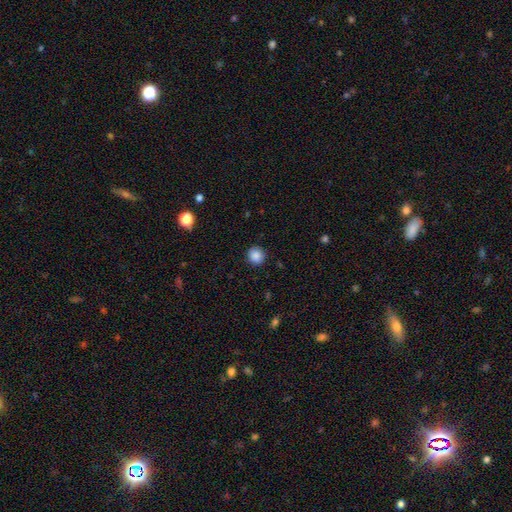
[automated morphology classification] smooth_or_featured: smooth (p=0.87) [alt: star or artifact p=0.09]
how_rounded: round (p=0.90) [alt: in between p=0.09]
merging: none (p=0.90) [alt: minor disturbance p=0.07]